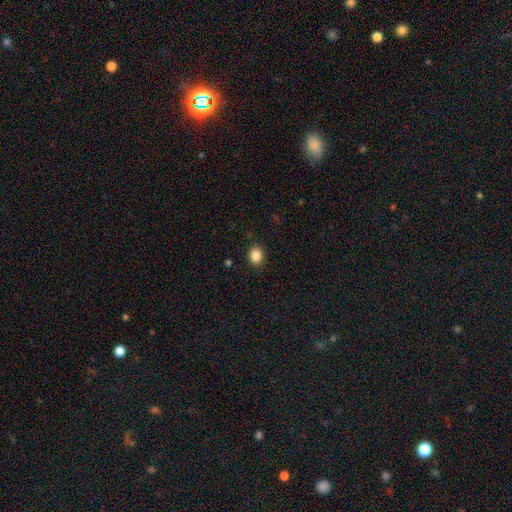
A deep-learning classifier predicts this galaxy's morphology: This is clearly a smooth galaxy (86%). How rounded: likely round (61%). Merging: clearly none (89%).